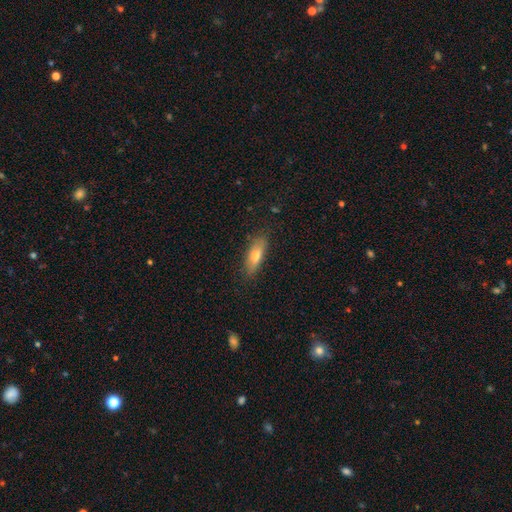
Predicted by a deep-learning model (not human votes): This appears to be a smooth galaxy with no disk features (67%) that is in between round and cigar-shaped (52%). Merging: none (83%).